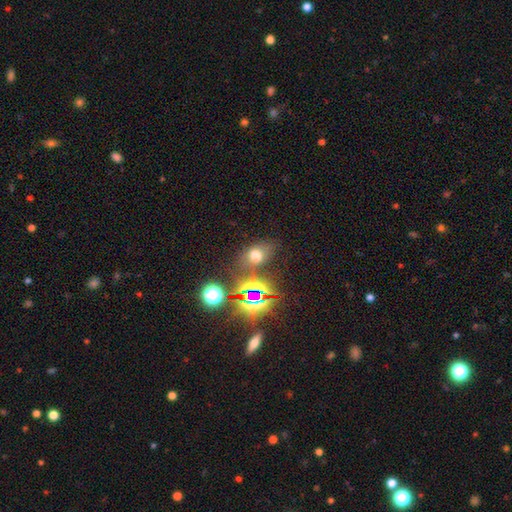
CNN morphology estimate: type=smooth (60%); roundness=in between (67%); merging=none (65%).